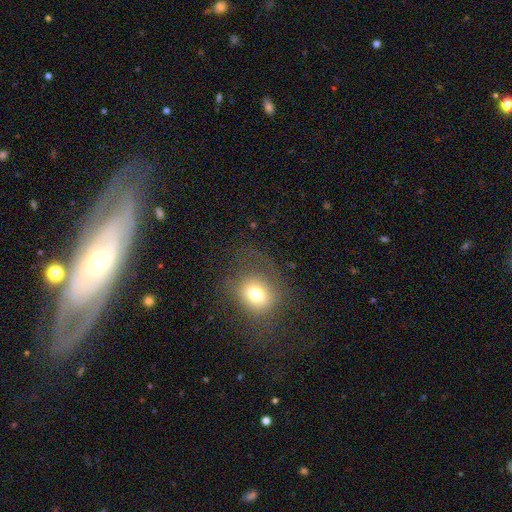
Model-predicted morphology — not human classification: The model was most divided on "smooth or featured": smooth: 49%, featured or disk: 36%, star or artifact: 16%. More confident: merging — none (68%).